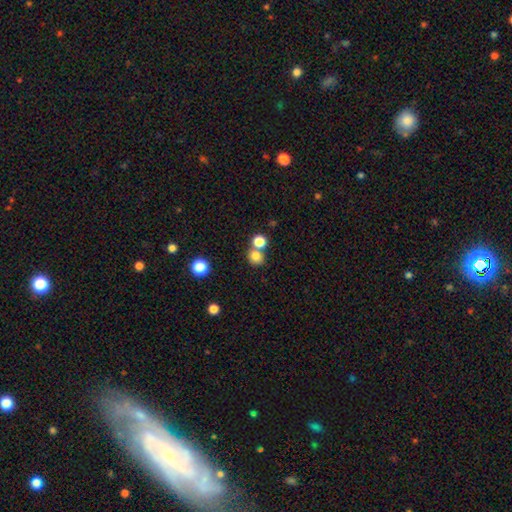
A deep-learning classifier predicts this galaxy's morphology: A smooth galaxy with no disk features (79%) that is round (88%). Merging: none (59%).